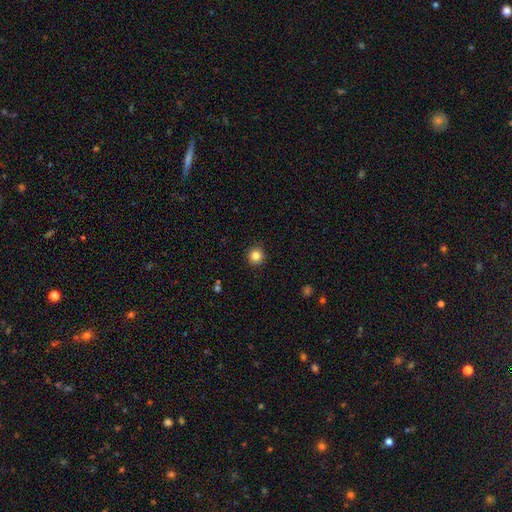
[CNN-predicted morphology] A smooth galaxy with no disk features (83%) that is round (95%). Merging: none (92%).